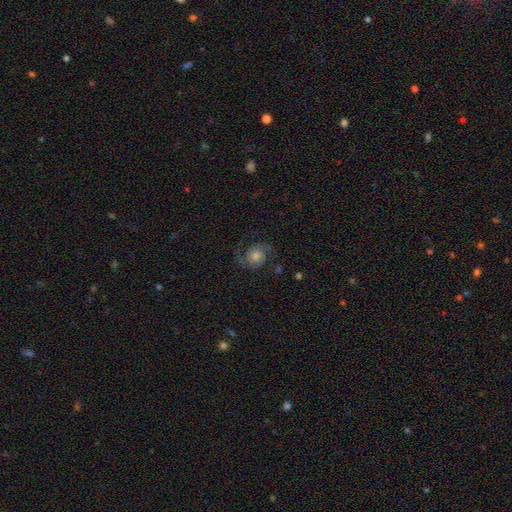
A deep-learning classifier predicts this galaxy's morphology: Overall: featured or disk (82%). Edge-on disk: no (98%). Bar: no (70%). Spiral arms: yes (97%). Spiral arm count: 2 (90%). Spiral winding: medium (52%; tight 30%). Bulge size: moderate (52%; small 26%). Merging: none (78%).